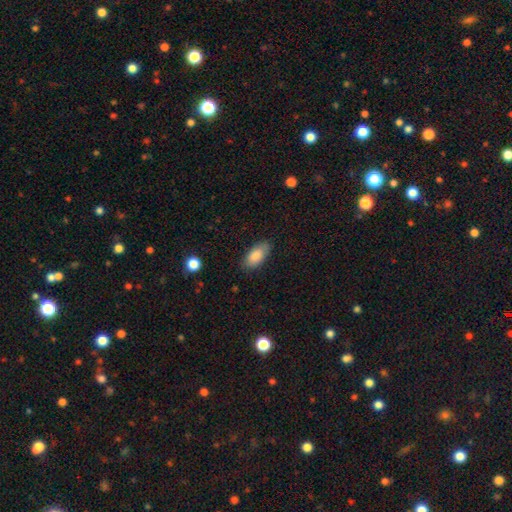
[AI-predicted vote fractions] Smooth or featured: smooth — 86% (featured or disk — 7%)
How rounded: in between — 90% (cigar-shaped — 7%)
Merging: none — 81% (minor disturbance — 14%)